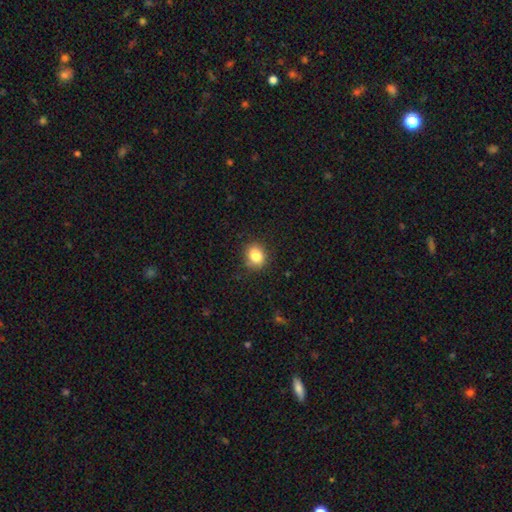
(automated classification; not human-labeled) Smooth or featured? Predicted: smooth (p=0.84). How rounded? Predicted: round (p=0.64). Merging? Predicted: none (p=0.84).